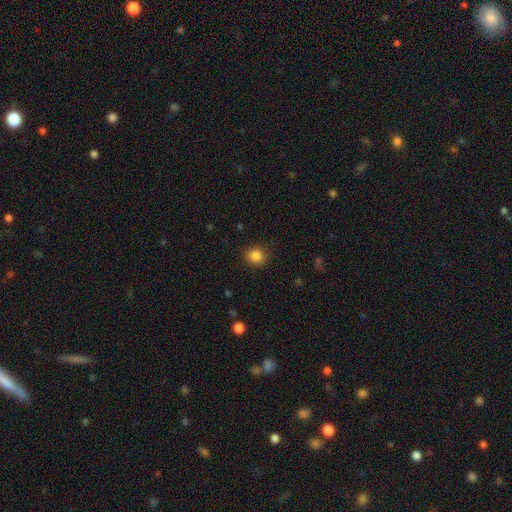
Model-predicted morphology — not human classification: This is clearly a smooth galaxy (85%). How rounded: clearly round (86%). Merging: clearly none (88%).